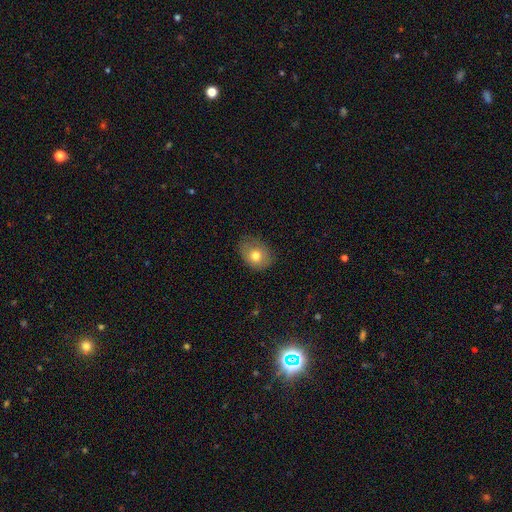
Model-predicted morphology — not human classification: smooth_or_featured: smooth (p=0.74) [alt: featured or disk p=0.17]
how_rounded: in between (p=0.61) [alt: round p=0.38]
merging: none (p=0.70) [alt: minor disturbance p=0.23]